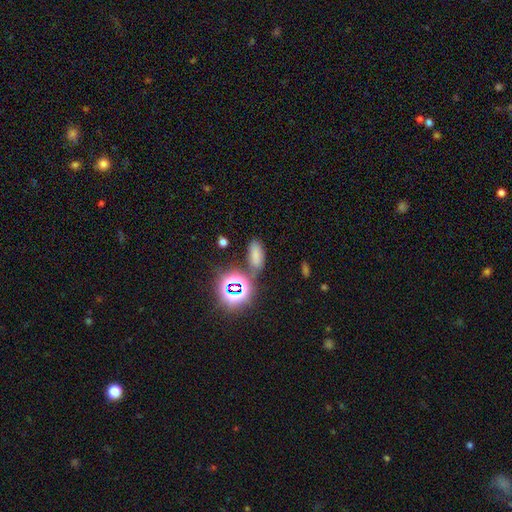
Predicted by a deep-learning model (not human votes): This is likely a smooth galaxy (63%). How rounded: clearly in between (85%). Merging: likely none (67%).